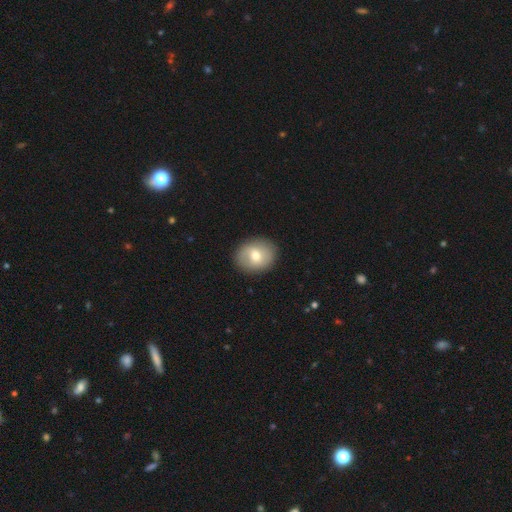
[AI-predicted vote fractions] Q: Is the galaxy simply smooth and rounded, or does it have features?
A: smooth — 64%.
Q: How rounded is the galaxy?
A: round — 65%.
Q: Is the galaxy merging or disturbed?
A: none — 88%.